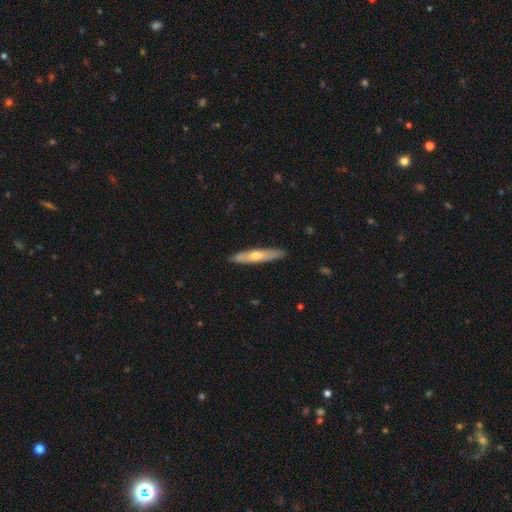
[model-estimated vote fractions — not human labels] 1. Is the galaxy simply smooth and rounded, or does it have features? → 49% smooth, 46% featured or disk, 6% star or artifact.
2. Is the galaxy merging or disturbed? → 89% none, 8% minor disturbance, 1% major disturbance, 1% merger.